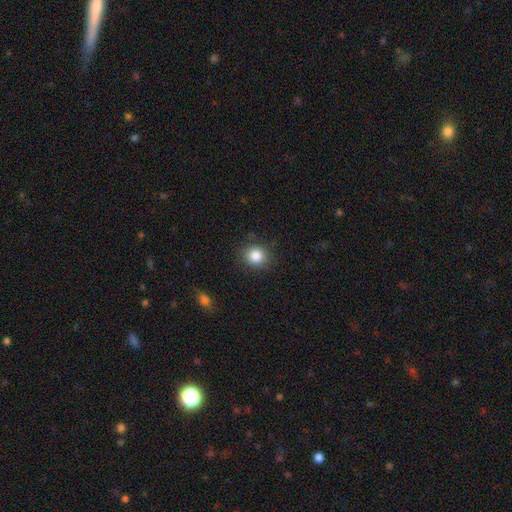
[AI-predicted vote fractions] This is clearly a smooth galaxy (85%). How rounded: clearly round (84%). Merging: clearly none (86%).